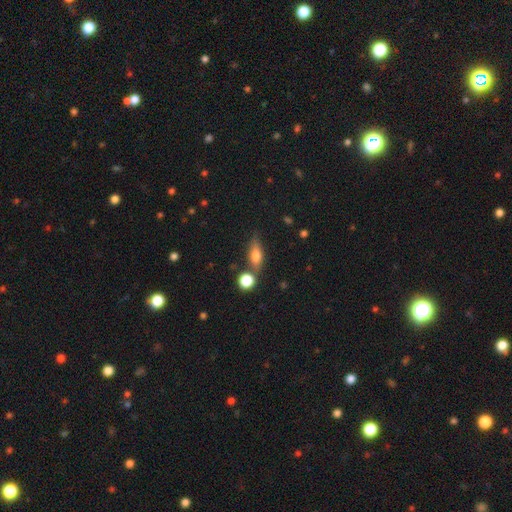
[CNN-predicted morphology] smooth_or_featured: smooth (p=0.61) [alt: featured or disk p=0.28]
how_rounded: in between (p=0.61) [alt: cigar-shaped p=0.30]
merging: none (p=0.63) [alt: minor disturbance p=0.17]